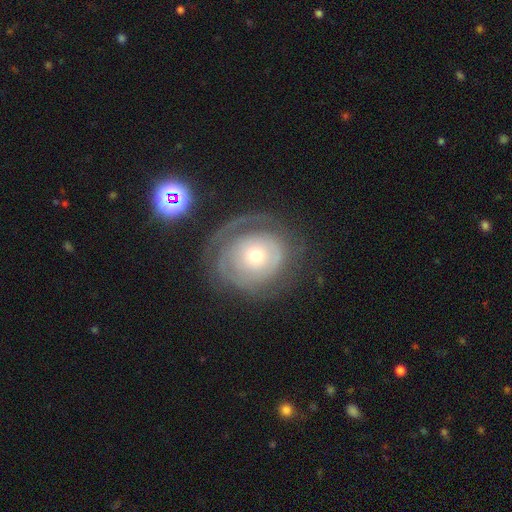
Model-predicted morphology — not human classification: Smooth or featured: featured or disk — 59% (smooth — 32%)
Edge-on disk: no — 96% (yes — 4%)
Bar: no — 87% (weak — 11%)
Spiral arms: yes — 57% (no — 43%)
Bulge size: moderate — 57% (small — 35%)
Merging: none — 54% (major disturbance — 23%)